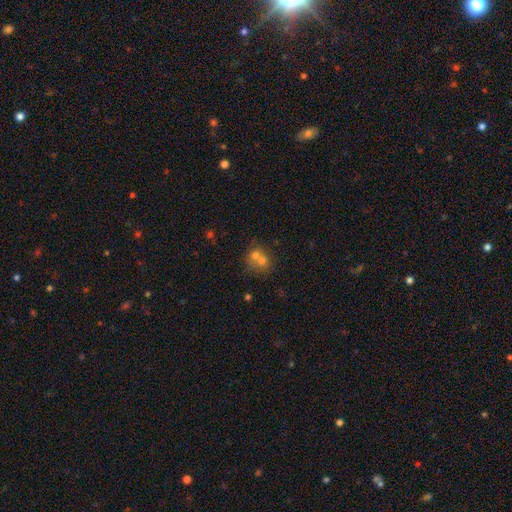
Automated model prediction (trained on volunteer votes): Smooth or featured?
  - smooth: 63% *
  - featured or disk: 23%
  - star or artifact: 14%
How rounded?
  - round: 76% *
  - in between: 23%
  - cigar-shaped: 1%
Merging?
  - merger: 62% *
  - none: 29%
  - minor disturbance: 6%
  - major disturbance: 3%